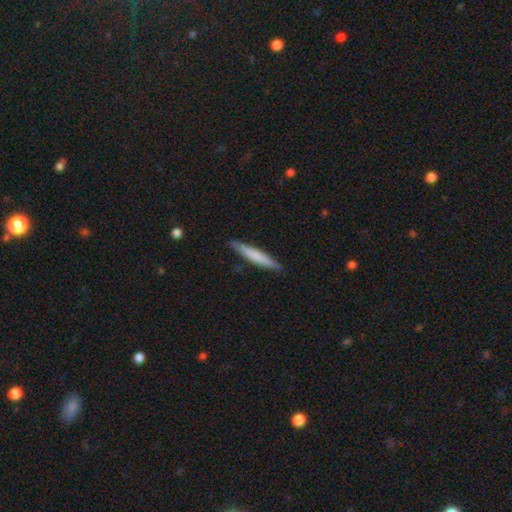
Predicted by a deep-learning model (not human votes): Smooth or featured? smooth (68%)
How rounded? cigar-shaped (94%)
Merging? none (88%)